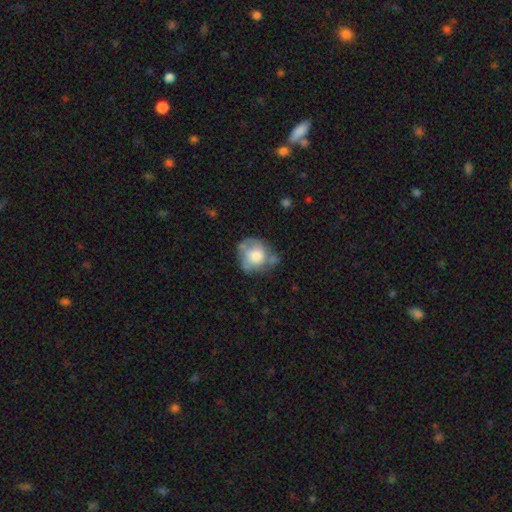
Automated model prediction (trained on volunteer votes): Q: Smooth or featured?
A: smooth (59%); runner-up: featured or disk (33%)
Q: How rounded?
A: round (77%); runner-up: in between (22%)
Q: Merging?
A: none (44%); runner-up: minor disturbance (29%)